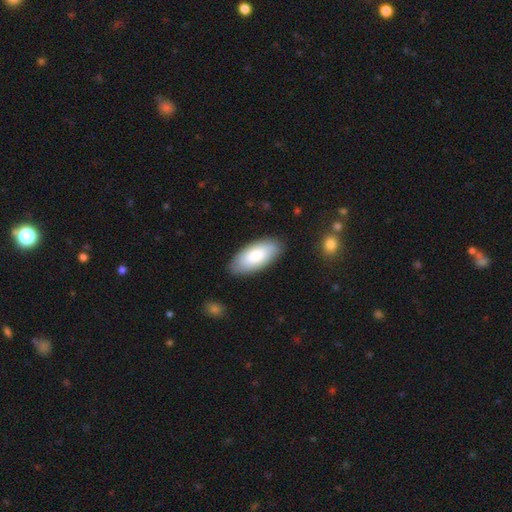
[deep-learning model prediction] The model was most divided on "smooth or featured": smooth: 80%, featured or disk: 14%, star or artifact: 6%. More confident: how rounded — in between (91%); merging — none (85%).